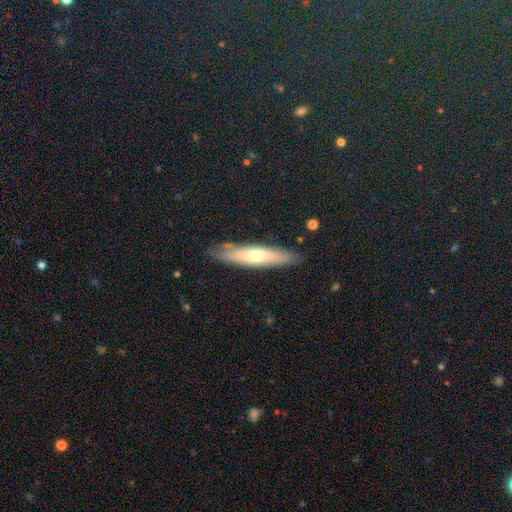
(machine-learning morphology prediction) A featured or disk galaxy (47%). Merging: none (83%).